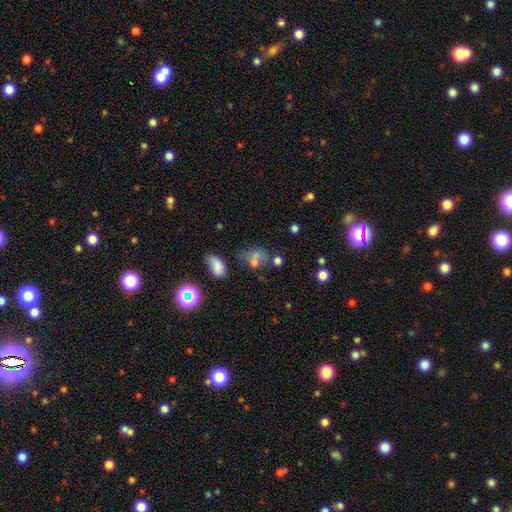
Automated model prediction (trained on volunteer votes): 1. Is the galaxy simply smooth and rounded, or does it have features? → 47% smooth, 32% star or artifact, 21% featured or disk.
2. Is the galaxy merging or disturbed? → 45% none, 22% merger, 19% minor disturbance, 14% major disturbance.